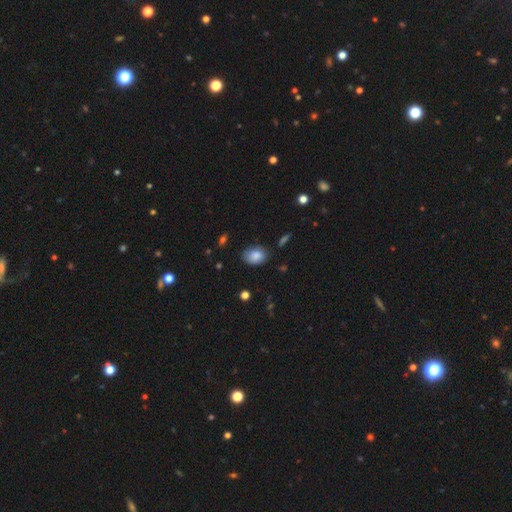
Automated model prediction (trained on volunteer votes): Smooth or featured: smooth — 84% (star or artifact — 8%)
How rounded: in between — 77% (round — 22%)
Merging: none — 76% (minor disturbance — 19%)